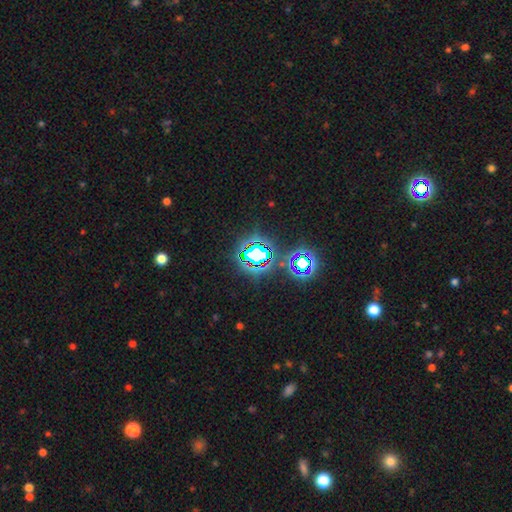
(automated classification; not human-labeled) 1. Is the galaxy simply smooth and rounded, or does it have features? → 75% star or artifact, 15% smooth, 10% featured or disk.